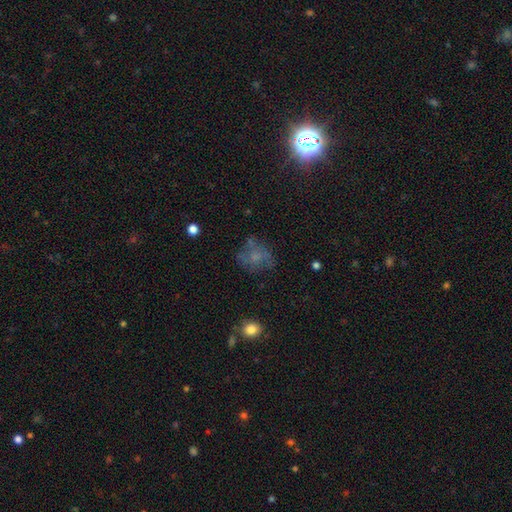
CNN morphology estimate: Overall: smooth (50%; featured or disk 34%). How rounded: round (63%; in between 35%). Merging: none (57%; minor disturbance 22%).